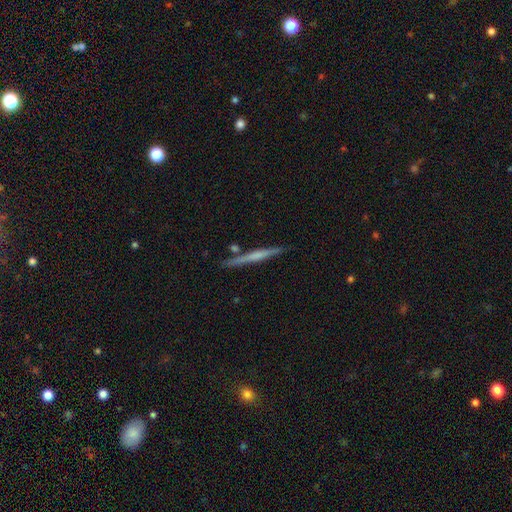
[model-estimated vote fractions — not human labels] This appears to be a featured or disk galaxy (55%) viewed edge-on (97%) with no central bulge (62%). Merging: none (84%).